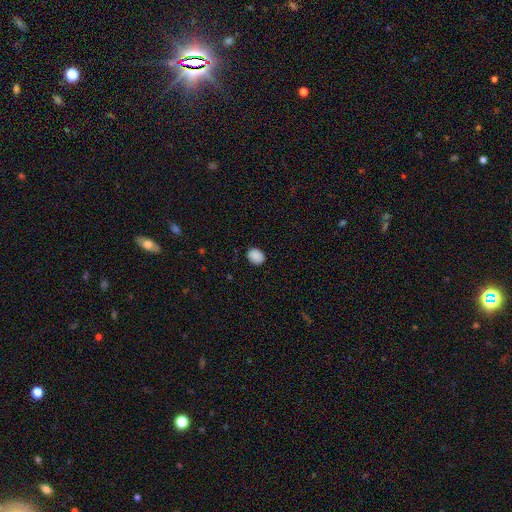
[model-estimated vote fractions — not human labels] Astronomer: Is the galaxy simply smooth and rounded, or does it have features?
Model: smooth — 88%.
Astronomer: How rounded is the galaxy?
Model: in between — 51% (runner-up: round, 48%).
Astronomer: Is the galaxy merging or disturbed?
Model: none — 86%.